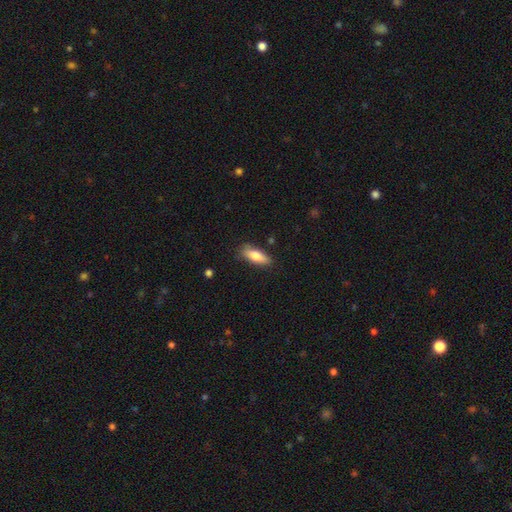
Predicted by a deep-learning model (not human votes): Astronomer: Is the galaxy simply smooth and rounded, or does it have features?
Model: smooth — 78%.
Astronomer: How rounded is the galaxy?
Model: in between — 66%.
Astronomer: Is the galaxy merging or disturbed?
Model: none — 80%.